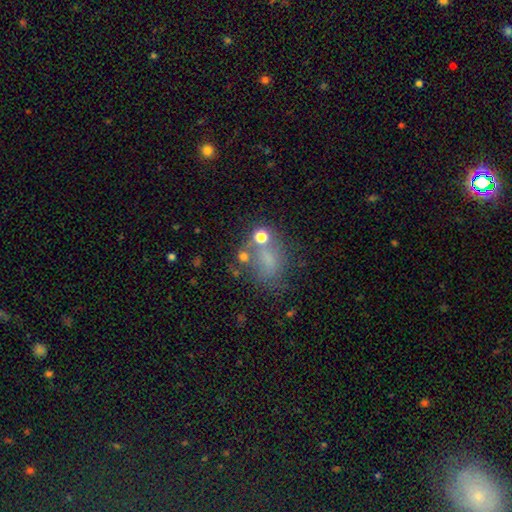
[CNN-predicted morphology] type=smooth (56%); roundness=in between (62%); merging=none (49%).